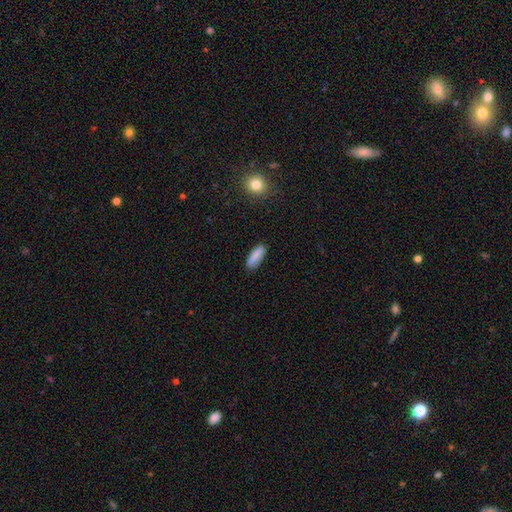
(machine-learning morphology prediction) Smooth or featured?
  - smooth: 86% *
  - featured or disk: 7%
  - star or artifact: 7%
How rounded?
  - in between: 56% *
  - cigar-shaped: 42%
  - round: 2%
Merging?
  - none: 85% *
  - minor disturbance: 12%
  - major disturbance: 2%
  - merger: 1%